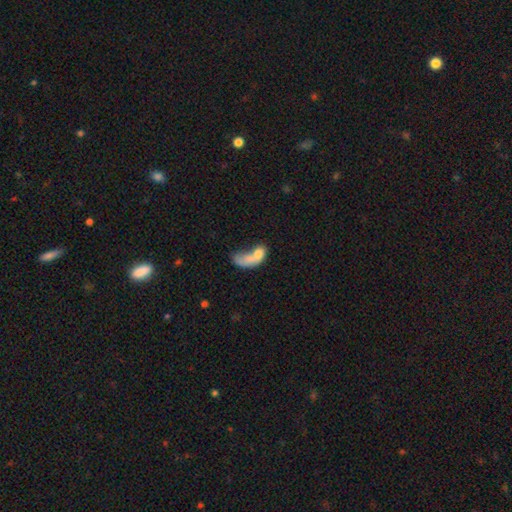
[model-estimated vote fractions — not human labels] Q: Smooth or featured?
A: smooth (64%); runner-up: featured or disk (28%)
Q: How rounded?
A: in between (82%); runner-up: round (11%)
Q: Merging?
A: merger (53%); runner-up: major disturbance (24%)